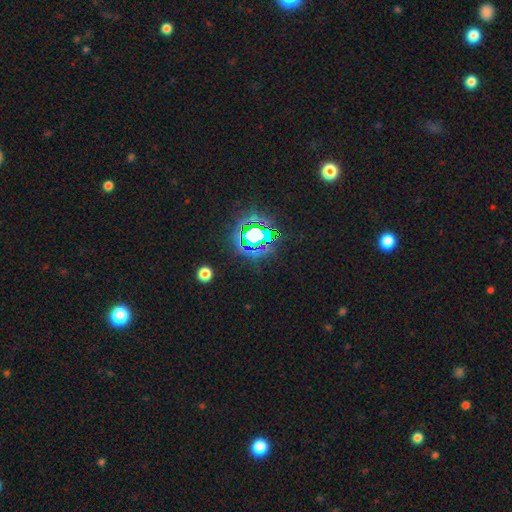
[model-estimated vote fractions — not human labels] The model was most divided on "smooth or featured": star or artifact: 83%, smooth: 11%, featured or disk: 6%.